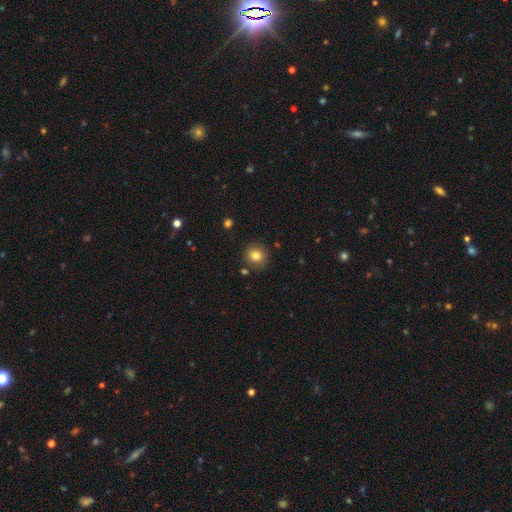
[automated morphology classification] Smooth or featured: smooth — 81% (star or artifact — 11%)
How rounded: round — 90% (in between — 9%)
Merging: none — 86% (minor disturbance — 8%)